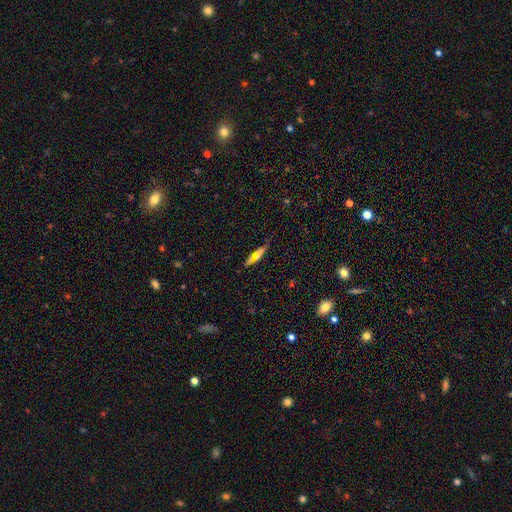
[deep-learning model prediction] Overall: smooth (51%; featured or disk 35%). How rounded: cigar-shaped (75%). Merging: none (70%).